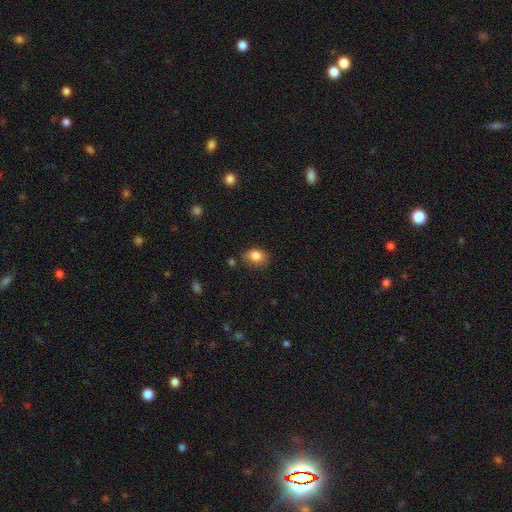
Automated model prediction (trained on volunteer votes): The model was most divided on "how rounded": in between: 67%, round: 32%, cigar-shaped: 1%. More confident: smooth or featured — smooth (85%); merging — none (73%).